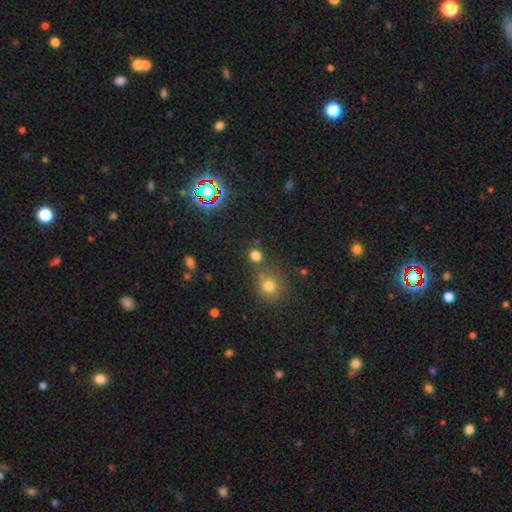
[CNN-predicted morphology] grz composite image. It shows a smooth galaxy with no disk features (71%) that is round (78%). Merging: none (73%).